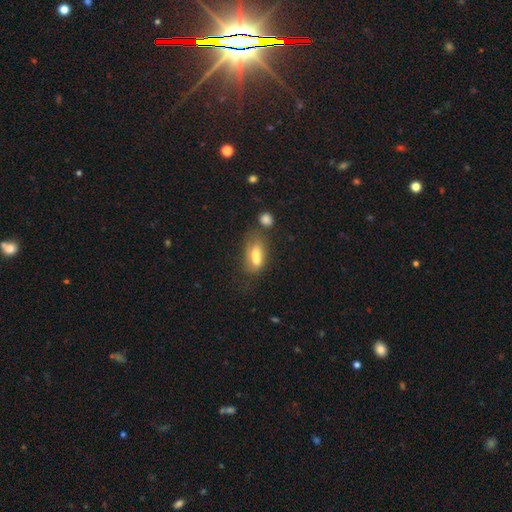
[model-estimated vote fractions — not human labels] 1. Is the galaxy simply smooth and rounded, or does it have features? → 63% smooth, 26% featured or disk, 10% star or artifact.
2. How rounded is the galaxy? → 78% in between, 13% cigar-shaped, 9% round.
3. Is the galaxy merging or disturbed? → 43% merger, 32% none, 16% minor disturbance, 10% major disturbance.